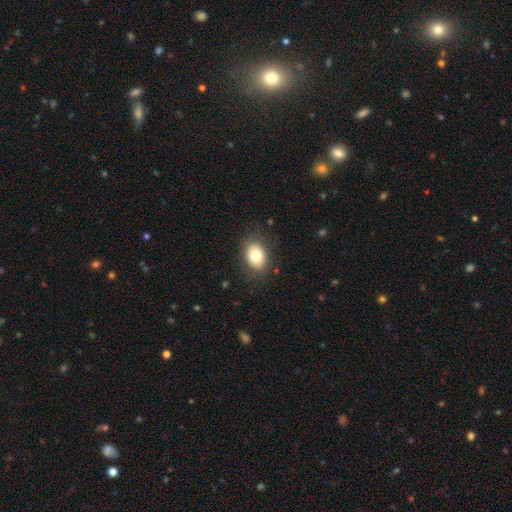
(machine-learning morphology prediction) A smooth galaxy with no disk features (78%) that is in between round and cigar-shaped (77%).

Vote fractions:
- Smooth or featured? smooth: 78% / featured or disk: 14% / star or artifact: 8%
- How rounded? in between: 77% / round: 22% / cigar-shaped: 1%
- Merging? none: 83% / minor disturbance: 12% / major disturbance: 4% / merger: 1%